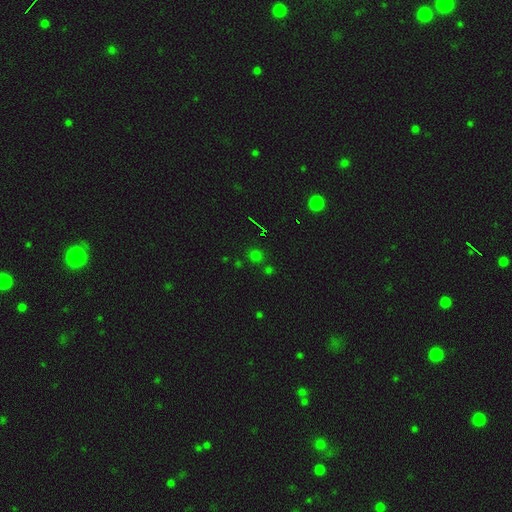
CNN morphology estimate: This appears to be a smooth galaxy with no disk features (57%) that is round (89%). Merging: none (82%).